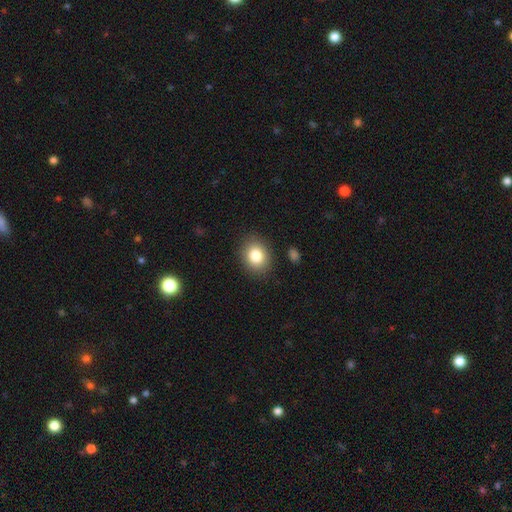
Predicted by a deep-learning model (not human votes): Overall: smooth (83%). How rounded: round (59%; in between 41%). Merging: none (87%).